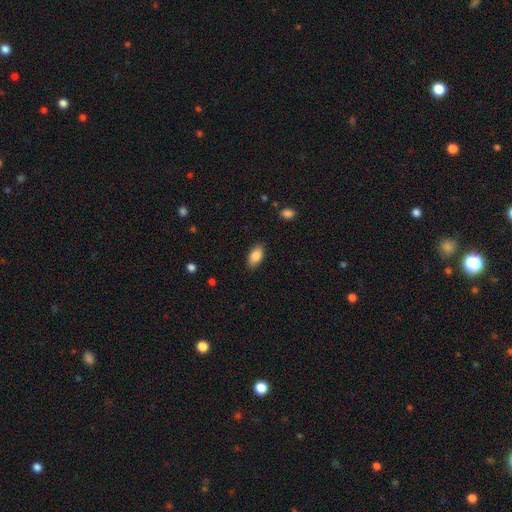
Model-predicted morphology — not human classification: smooth-or-featured: smooth: 86% | featured or disk: 7% | star or artifact: 7%
  how-rounded: in between: 92% | cigar-shaped: 5% | round: 4%
  merging: none: 86% | minor disturbance: 10% | major disturbance: 2% | merger: 1%